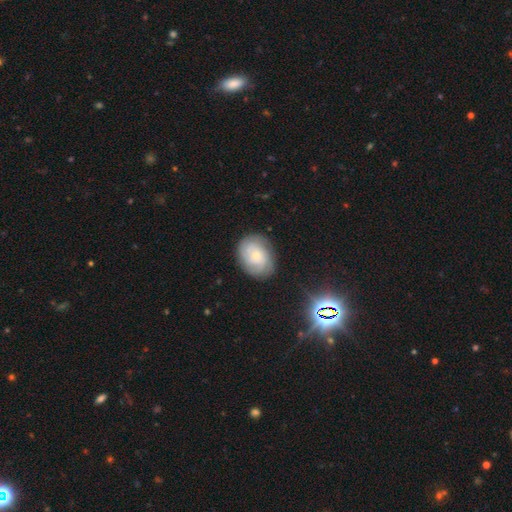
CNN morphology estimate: Smooth or featured?
  - featured or disk: 50% *
  - smooth: 41%
  - star or artifact: 9%
Edge-on disk?
  - no: 96% *
  - yes: 4%
Merging?
  - none: 78% *
  - minor disturbance: 15%
  - major disturbance: 5%
  - merger: 1%